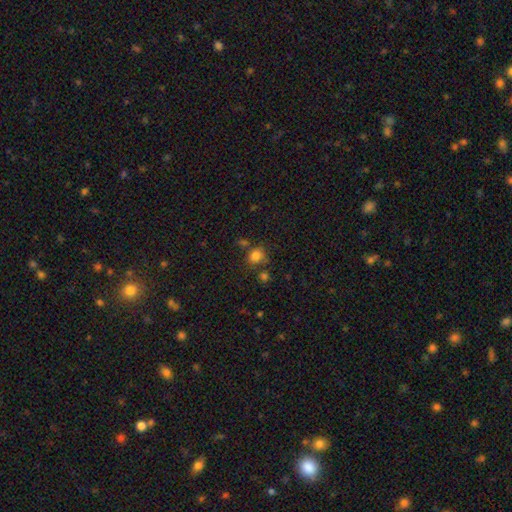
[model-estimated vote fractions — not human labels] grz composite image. It shows a smooth galaxy with no disk features (80%) that is round (73%). Merging: none (67%).